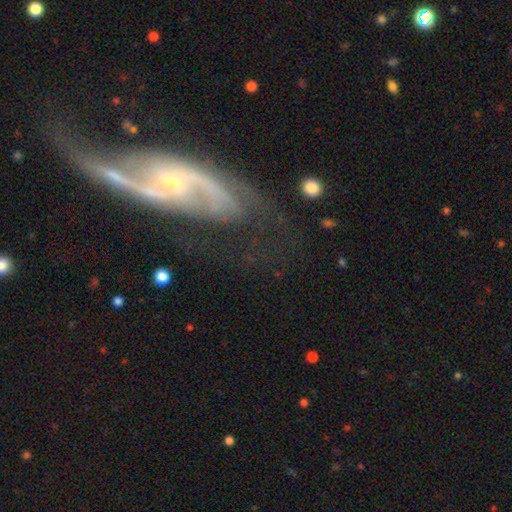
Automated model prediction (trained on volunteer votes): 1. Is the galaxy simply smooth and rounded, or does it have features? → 86% featured or disk, 7% star or artifact, 6% smooth.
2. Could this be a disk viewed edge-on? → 91% no, 9% yes.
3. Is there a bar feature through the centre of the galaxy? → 54% no, 32% weak, 14% strong.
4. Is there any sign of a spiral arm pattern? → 94% yes, 6% no.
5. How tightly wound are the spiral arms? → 41% medium, 39% loose, 20% tight.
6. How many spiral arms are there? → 80% 2, 8% can't tell, 4% 3, 3% 1, 2% 4, 2% more than 4.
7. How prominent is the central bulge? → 77% small, 19% moderate, 2% none, 1% large, 1% dominant.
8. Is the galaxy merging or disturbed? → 55% none, 20% minor disturbance, 19% major disturbance, 6% merger.